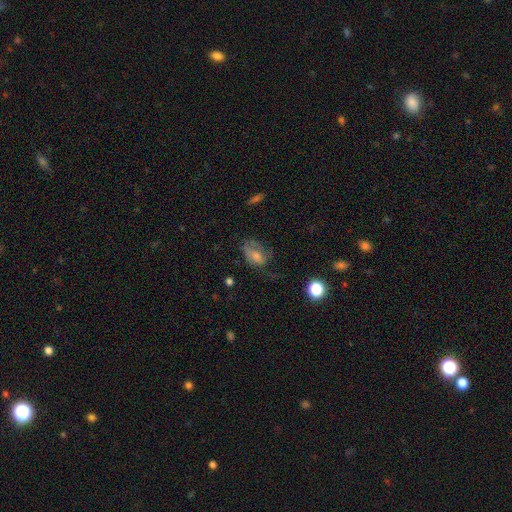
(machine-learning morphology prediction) smooth 48%, featured or disk 36%, star or artifact 16%. Down the decision tree: merging — none (43%).